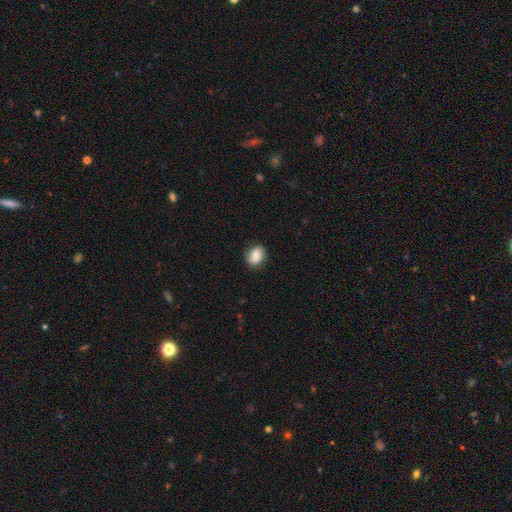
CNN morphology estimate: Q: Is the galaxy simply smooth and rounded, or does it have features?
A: smooth — 69%.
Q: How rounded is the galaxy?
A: in between — 53%.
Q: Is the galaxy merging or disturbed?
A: none — 83%.